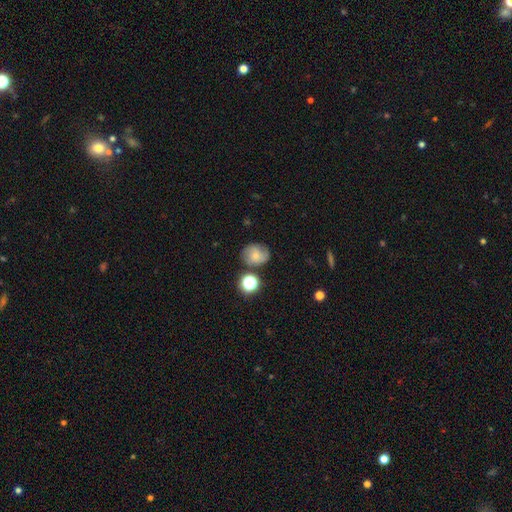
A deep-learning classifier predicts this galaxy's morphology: The model was most divided on "how rounded": round: 62%, in between: 37%, cigar-shaped: 1%. More confident: merging — none (66%); smooth or featured — smooth (59%).